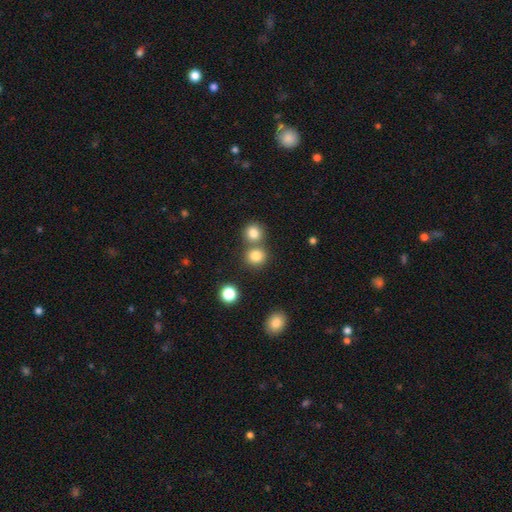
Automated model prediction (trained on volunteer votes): smooth 82%, star or artifact 12%, featured or disk 6%. Down the decision tree: how rounded — round (87%); merging — none (63%).